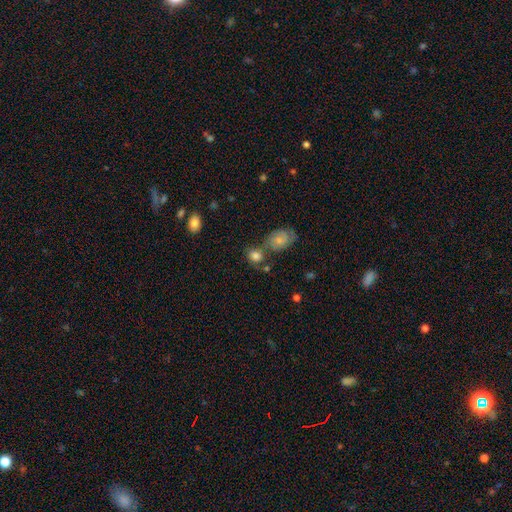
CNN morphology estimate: smooth-or-featured: smooth: 78% | featured or disk: 12% | star or artifact: 9%
  how-rounded: round: 57% | in between: 42% | cigar-shaped: 2%
  merging: none: 50% | merger: 30% | minor disturbance: 15% | major disturbance: 6%